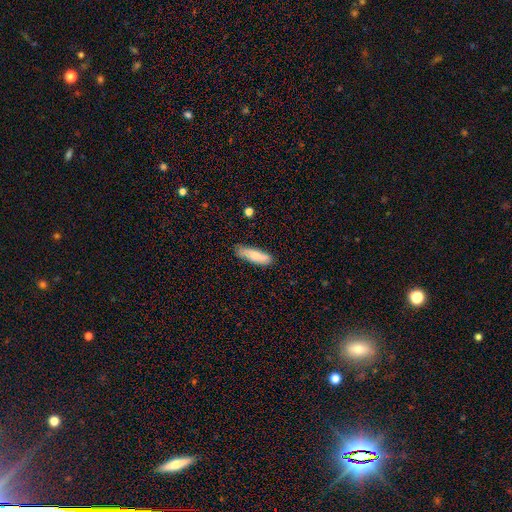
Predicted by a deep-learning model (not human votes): Smooth or featured?
  - smooth: 79% *
  - featured or disk: 15%
  - star or artifact: 6%
How rounded?
  - cigar-shaped: 59% *
  - in between: 39%
  - round: 2%
Merging?
  - none: 78% *
  - minor disturbance: 17%
  - major disturbance: 3%
  - merger: 2%